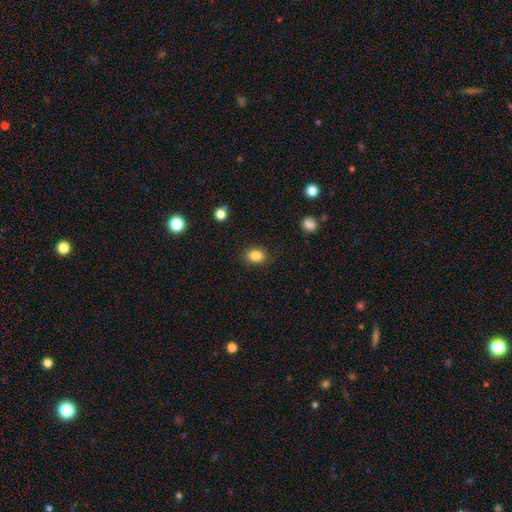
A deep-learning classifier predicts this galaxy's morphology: Smooth or featured? Predicted: smooth (p=0.85). How rounded? Predicted: in between (p=0.60). Merging? Predicted: none (p=0.85).